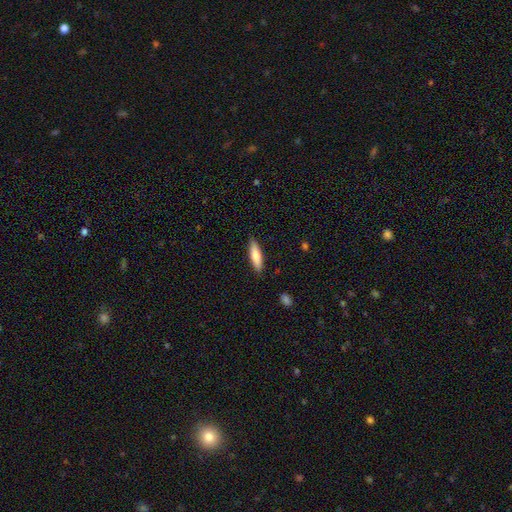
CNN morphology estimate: Smooth or featured? Predicted: smooth (p=0.75). How rounded? Predicted: cigar-shaped (p=0.71). Merging? Predicted: none (p=0.88).